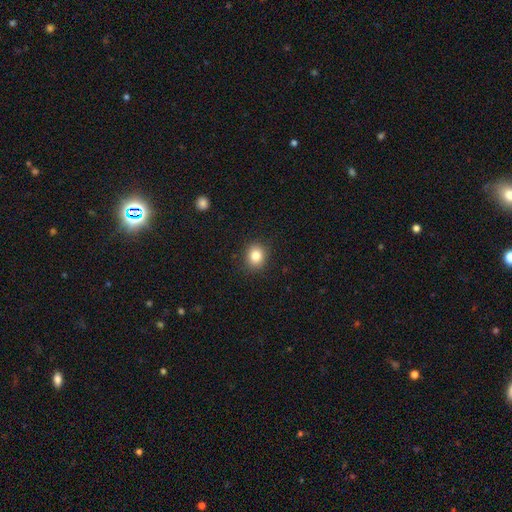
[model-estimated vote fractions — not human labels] Smooth or featured: smooth — 83% (star or artifact — 11%)
How rounded: round — 74% (in between — 26%)
Merging: none — 90% (minor disturbance — 7%)